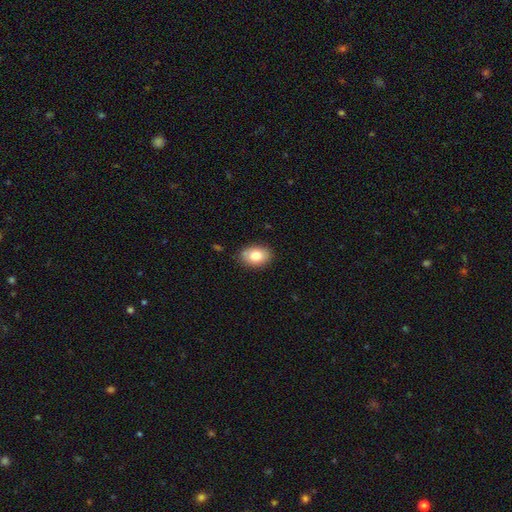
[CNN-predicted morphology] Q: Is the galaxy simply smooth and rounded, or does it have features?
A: smooth — 80%.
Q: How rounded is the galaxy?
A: in between — 76%.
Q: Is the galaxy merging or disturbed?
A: none — 83%.